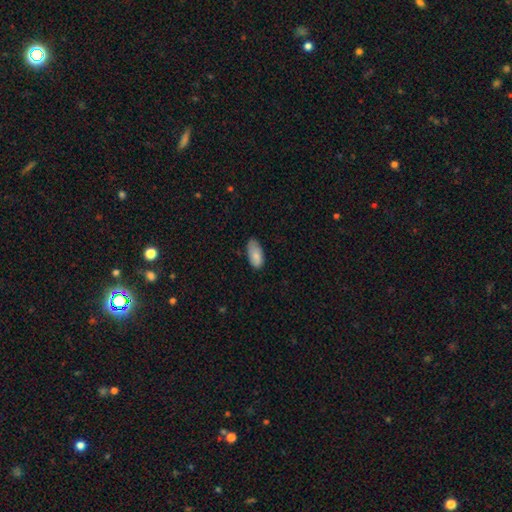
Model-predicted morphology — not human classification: Smooth or featured? Predicted: smooth (p=0.83). How rounded? Predicted: in between (p=0.92). Merging? Predicted: none (p=0.68).